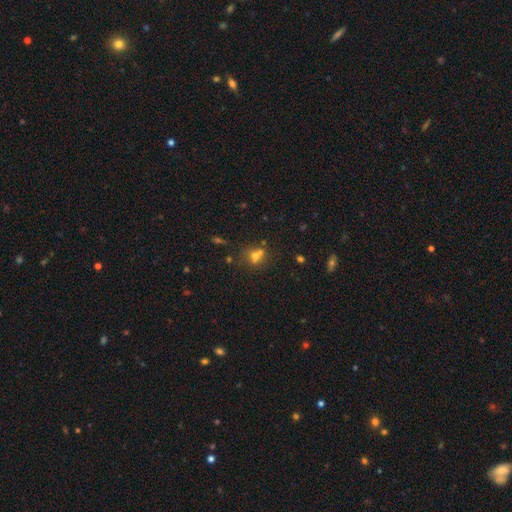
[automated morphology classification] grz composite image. It shows a smooth galaxy with no disk features (58%) that is round (63%). Merging: merger (42%).